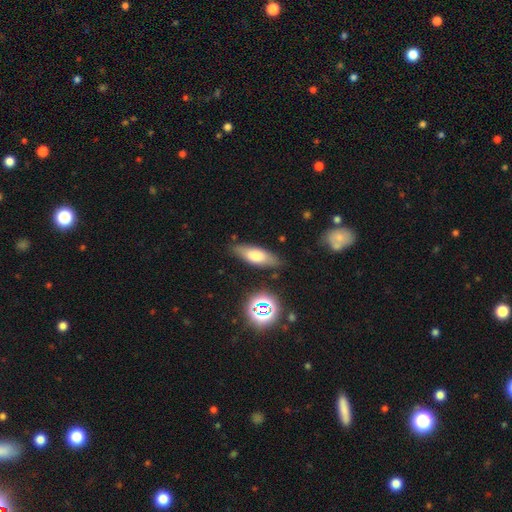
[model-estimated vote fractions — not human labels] This is likely a smooth galaxy (64%). How rounded: likely in between (60%). Merging: clearly none (81%).